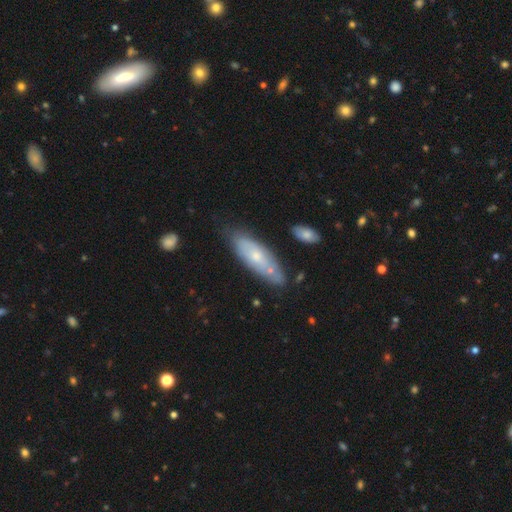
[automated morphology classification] Overall: smooth (54%; featured or disk 40%). How rounded: in between (59%; cigar-shaped 39%). Merging: none (69%).